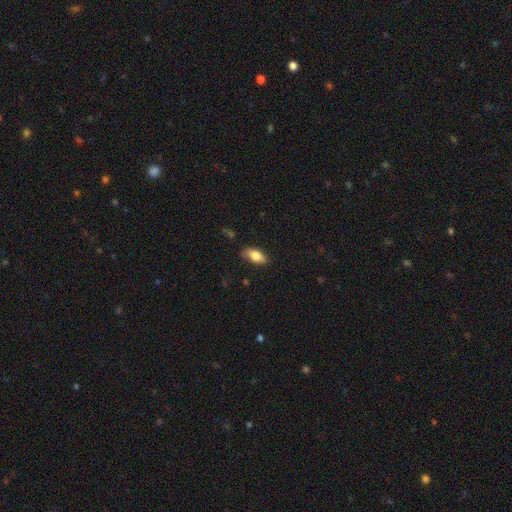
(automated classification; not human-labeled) A smooth galaxy with no disk features (80%) that is in between round and cigar-shaped (89%). Merging: none (79%).